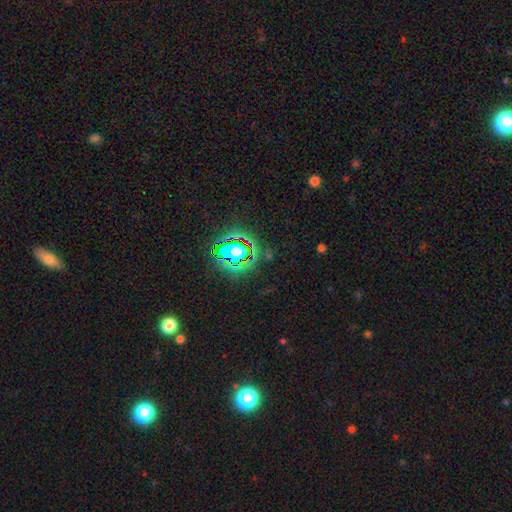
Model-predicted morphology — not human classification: Q: Smooth or featured?
A: star or artifact (80%); runner-up: smooth (12%)